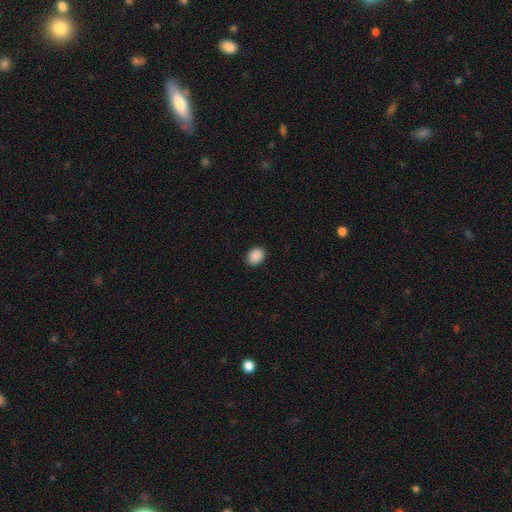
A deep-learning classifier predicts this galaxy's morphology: Overall: smooth (90%). How rounded: in between (53%; round 46%). Merging: none (89%).